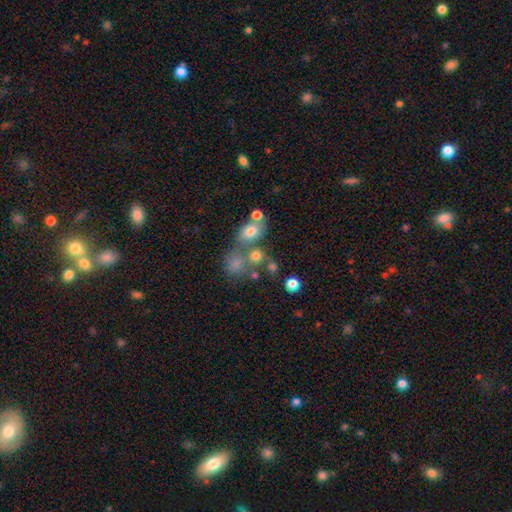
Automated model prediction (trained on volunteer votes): Morphology: type=smooth (72%); roundness=round (66%); merging=none (44%).